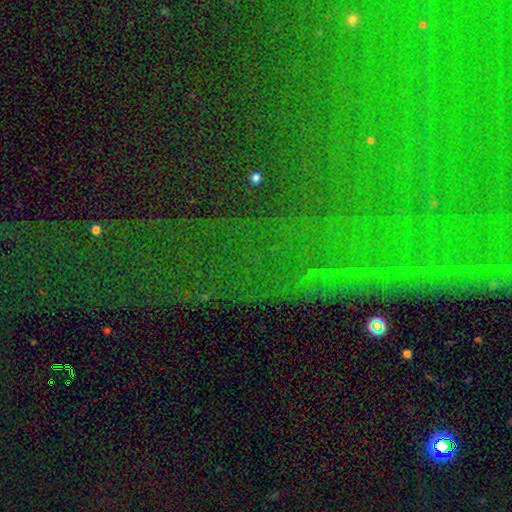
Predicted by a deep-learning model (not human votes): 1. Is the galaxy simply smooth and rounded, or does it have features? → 83% star or artifact, 9% featured or disk, 8% smooth.